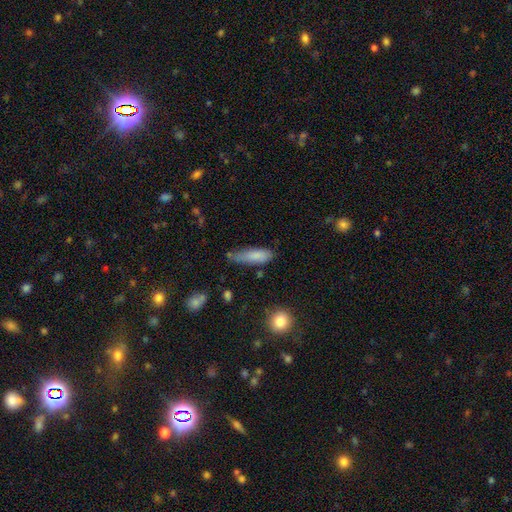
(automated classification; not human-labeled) The model was most divided on "merging": none: 44%, minor disturbance: 39%, major disturbance: 11%, merger: 5%. More confident: smooth or featured — smooth (81%); how rounded — in between (52%).